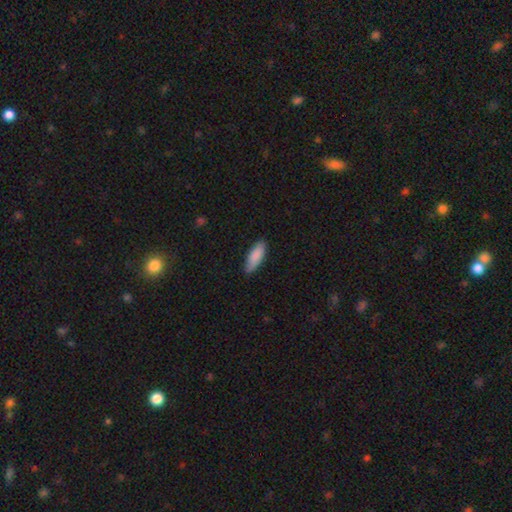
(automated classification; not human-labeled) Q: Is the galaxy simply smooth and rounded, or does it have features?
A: smooth — 88%.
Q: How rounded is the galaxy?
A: in between — 66%.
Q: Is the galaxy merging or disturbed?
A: none — 84%.